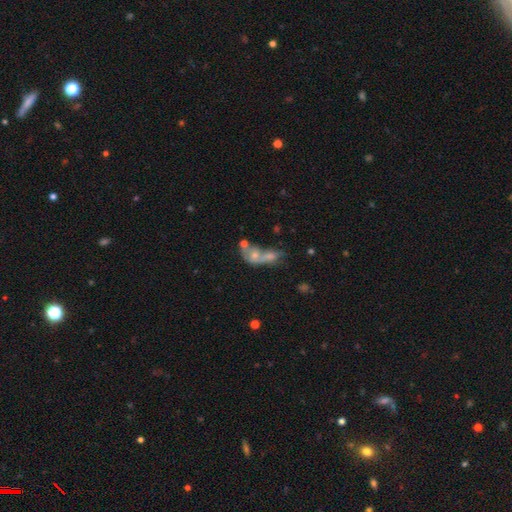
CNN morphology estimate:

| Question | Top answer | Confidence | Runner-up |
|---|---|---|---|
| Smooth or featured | smooth | 54% | featured or disk (34%) |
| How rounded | in between | 68% | round (25%) |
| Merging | merger | 63% | none (17%) |